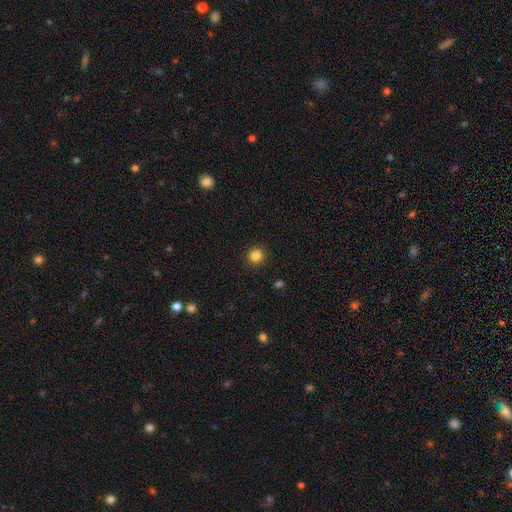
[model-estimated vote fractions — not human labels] Overall: smooth (84%). How rounded: round (91%). Merging: none (92%).